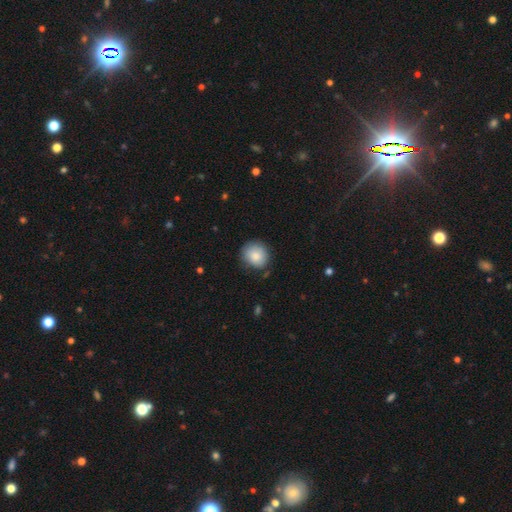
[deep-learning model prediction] Smooth or featured? smooth (86%)
How rounded? round (85%)
Merging? none (80%)